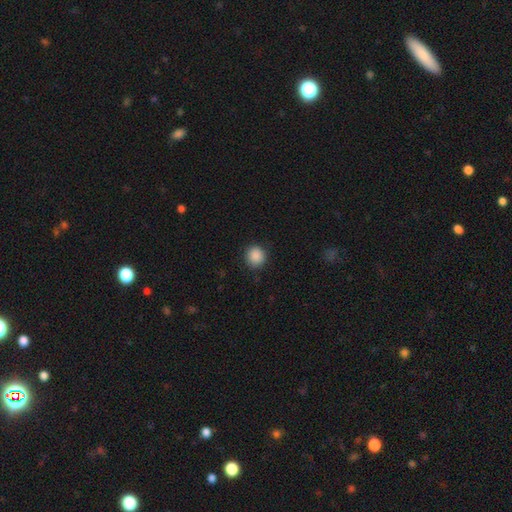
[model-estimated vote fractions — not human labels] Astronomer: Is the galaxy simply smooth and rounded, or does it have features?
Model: smooth — 89%.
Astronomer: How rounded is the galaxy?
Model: round — 88%.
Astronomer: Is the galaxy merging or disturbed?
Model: none — 88%.